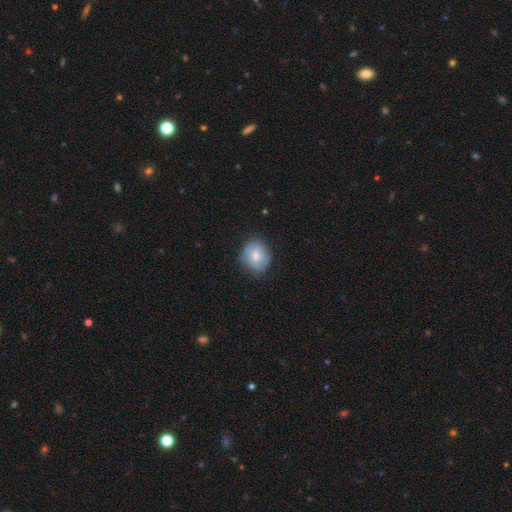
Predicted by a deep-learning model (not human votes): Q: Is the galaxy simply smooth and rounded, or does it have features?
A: smooth — 73%.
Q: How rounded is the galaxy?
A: round — 72%.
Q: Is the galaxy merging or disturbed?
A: none — 73%.